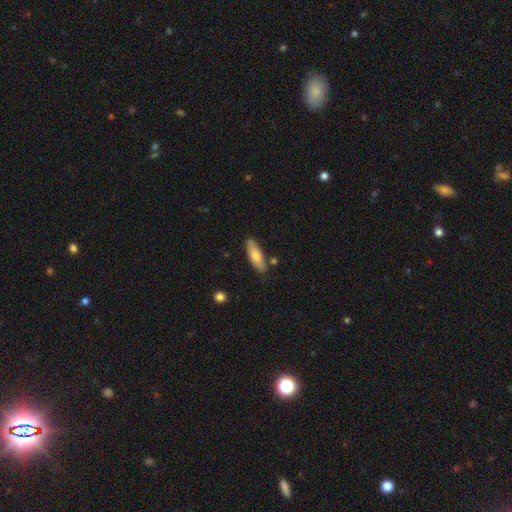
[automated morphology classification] The model was most divided on "how rounded": in between: 56%, cigar-shaped: 42%, round: 2%. More confident: merging — none (82%); smooth or featured — smooth (75%).